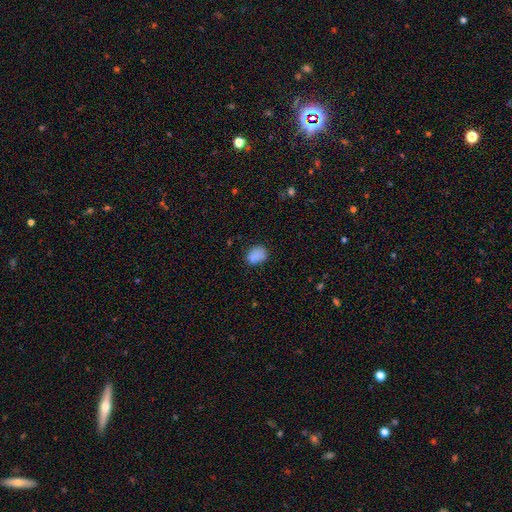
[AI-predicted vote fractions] Q: Smooth or featured?
A: smooth (83%); runner-up: star or artifact (11%)
Q: How rounded?
A: in between (62%); runner-up: round (37%)
Q: Merging?
A: none (66%); runner-up: minor disturbance (23%)